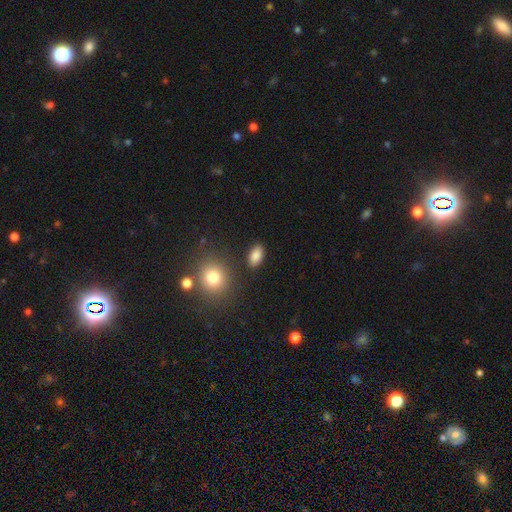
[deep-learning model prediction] Smooth or featured? smooth (86%)
How rounded? in between (89%)
Merging? none (85%)